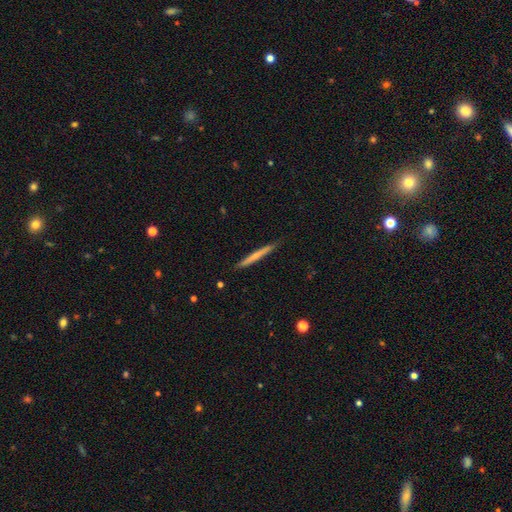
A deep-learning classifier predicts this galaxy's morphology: smooth 50%, featured or disk 44%, star or artifact 6%. Down the decision tree: how rounded — cigar-shaped (96%); merging — none (88%).